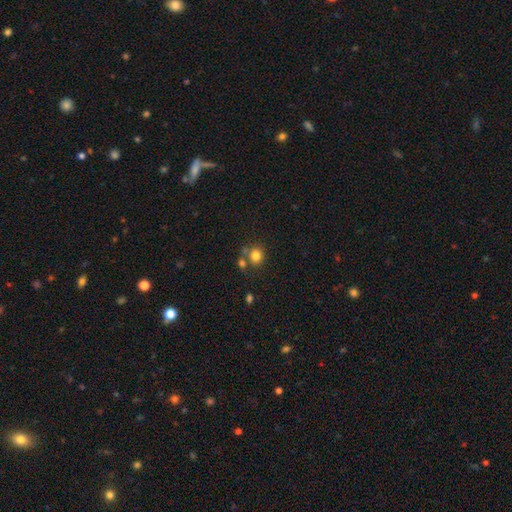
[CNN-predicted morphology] Smooth or featured?
  - smooth: 80% *
  - star or artifact: 12%
  - featured or disk: 8%
How rounded?
  - round: 81% *
  - in between: 18%
  - cigar-shaped: 1%
Merging?
  - none: 63% *
  - merger: 22%
  - minor disturbance: 11%
  - major disturbance: 4%